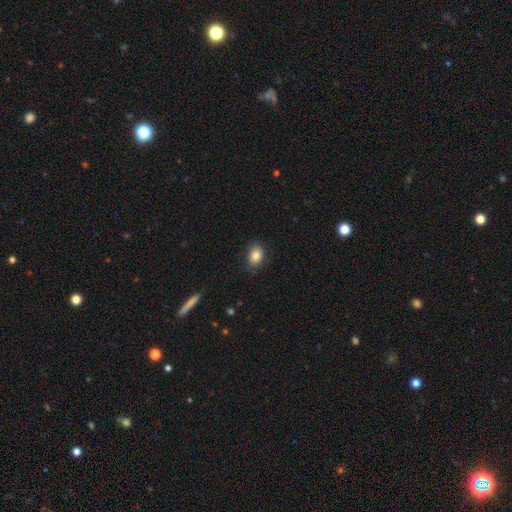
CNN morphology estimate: A smooth galaxy with no disk features (84%) that is in between round and cigar-shaped (78%). Merging: none (78%).